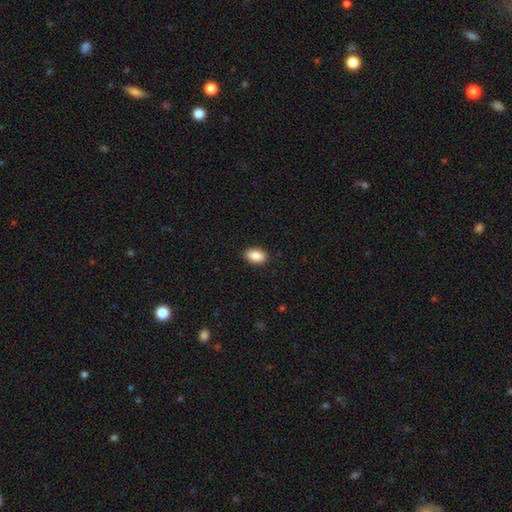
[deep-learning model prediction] smooth_or_featured: smooth (p=0.89) [alt: star or artifact p=0.07]
how_rounded: in between (p=0.89) [alt: round p=0.10]
merging: none (p=0.90) [alt: minor disturbance p=0.07]